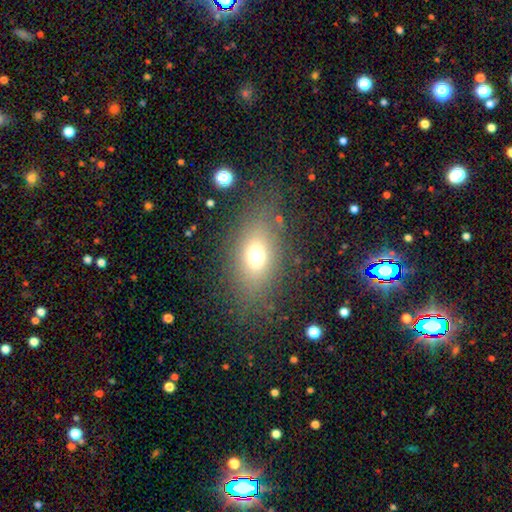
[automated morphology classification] smooth_or_featured: smooth (p=0.64) [alt: star or artifact p=0.18]
how_rounded: in between (p=0.69) [alt: round p=0.26]
merging: none (p=0.76) [alt: minor disturbance p=0.12]